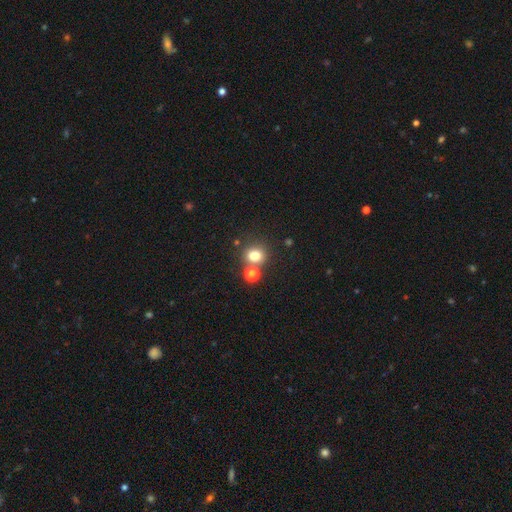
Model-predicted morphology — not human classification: smooth-or-featured: smooth: 77% | star or artifact: 16% | featured or disk: 7%
  how-rounded: round: 78% | in between: 21% | cigar-shaped: 1%
  merging: none: 66% | merger: 22% | minor disturbance: 9% | major disturbance: 4%